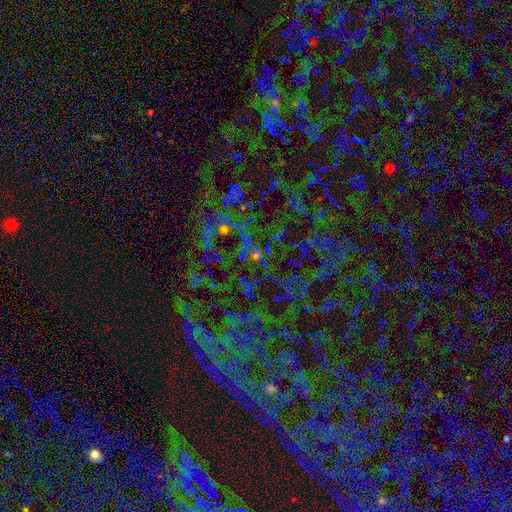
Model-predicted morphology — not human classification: The model was most divided on "smooth or featured": star or artifact: 73%, smooth: 16%, featured or disk: 11%.